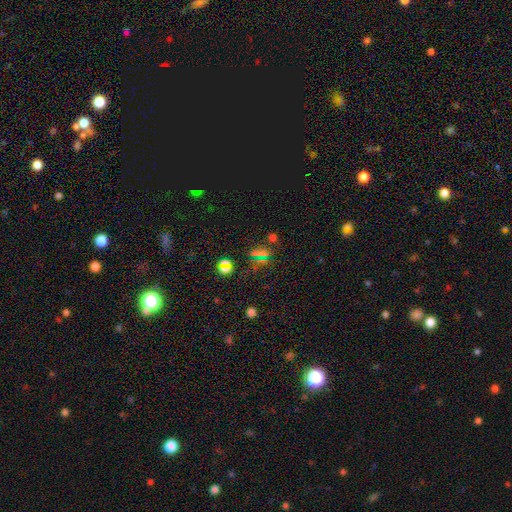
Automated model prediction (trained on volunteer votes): This appears to be a star or artifact, not a galaxy (65%).